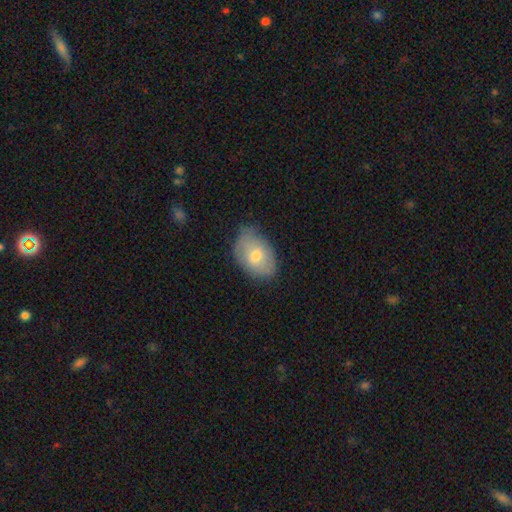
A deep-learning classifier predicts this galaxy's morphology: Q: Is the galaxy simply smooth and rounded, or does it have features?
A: smooth — 68%.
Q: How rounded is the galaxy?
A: in between — 86%.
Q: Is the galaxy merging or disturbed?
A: none — 62%.